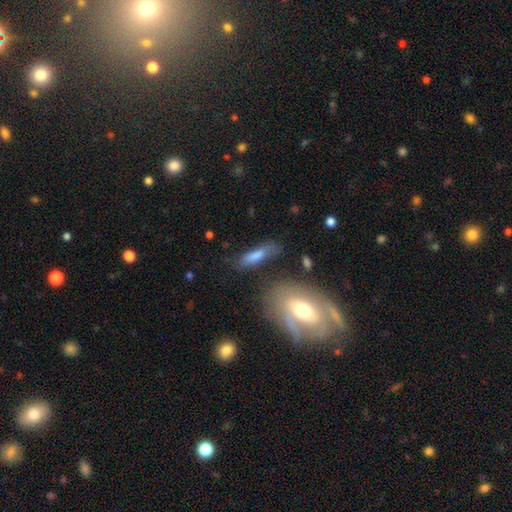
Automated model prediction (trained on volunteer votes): This is likely a smooth galaxy (68%). How rounded: possibly cigar-shaped (59%). Merging: likely none (63%).